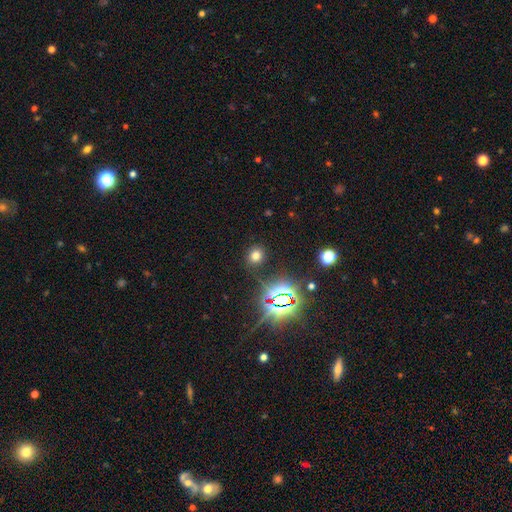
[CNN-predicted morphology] Overall: smooth (64%; star or artifact 28%). How rounded: round (77%). Merging: none (86%).